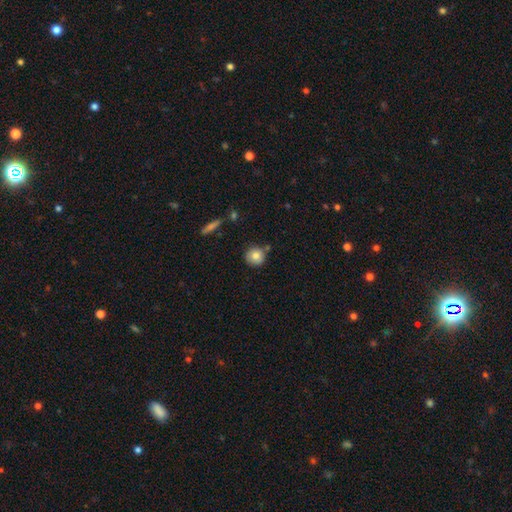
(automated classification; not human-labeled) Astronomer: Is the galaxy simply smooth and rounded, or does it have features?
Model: smooth — 78%.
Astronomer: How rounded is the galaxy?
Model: round — 92%.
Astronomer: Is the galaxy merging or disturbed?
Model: none — 79%.